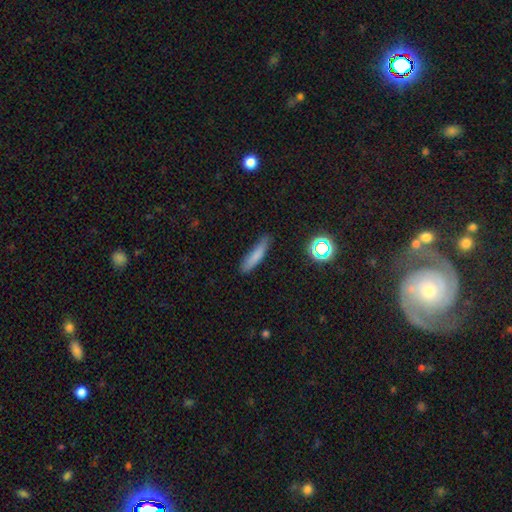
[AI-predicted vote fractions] Overall: smooth (76%). How rounded: cigar-shaped (83%). Merging: none (80%).